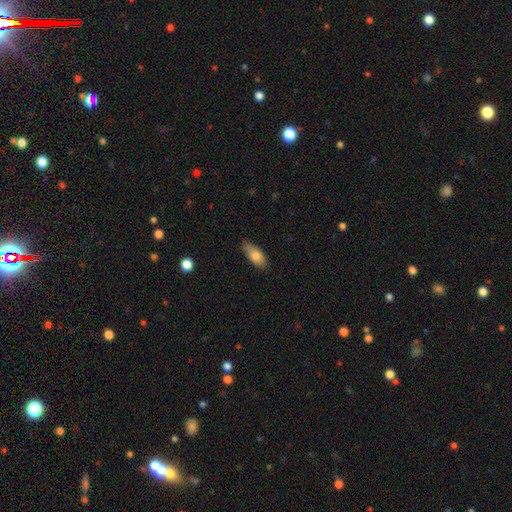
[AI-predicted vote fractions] Smooth or featured? smooth (81%)
How rounded? in between (86%)
Merging? none (76%)